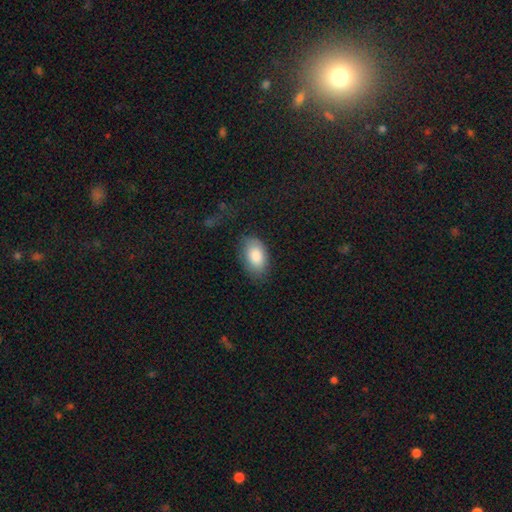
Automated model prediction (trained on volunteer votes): Smooth or featured?
  - smooth: 84% *
  - featured or disk: 10%
  - star or artifact: 7%
How rounded?
  - in between: 93% *
  - round: 6%
  - cigar-shaped: 1%
Merging?
  - none: 72% *
  - minor disturbance: 20%
  - major disturbance: 7%
  - merger: 1%